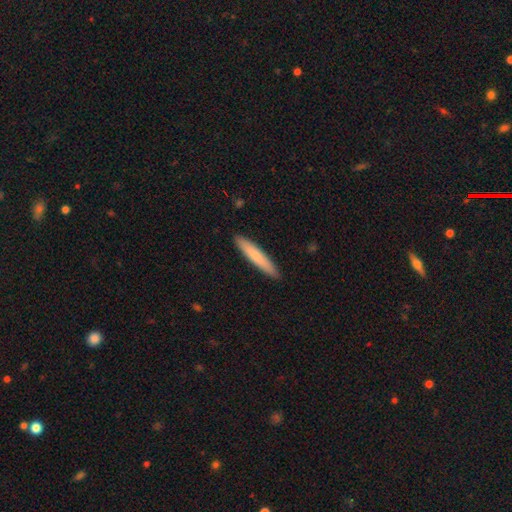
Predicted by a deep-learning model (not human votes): smooth_or_featured: smooth (p=0.74) [alt: featured or disk p=0.21]
how_rounded: cigar-shaped (p=0.91) [alt: in between p=0.07]
merging: none (p=0.91) [alt: minor disturbance p=0.07]